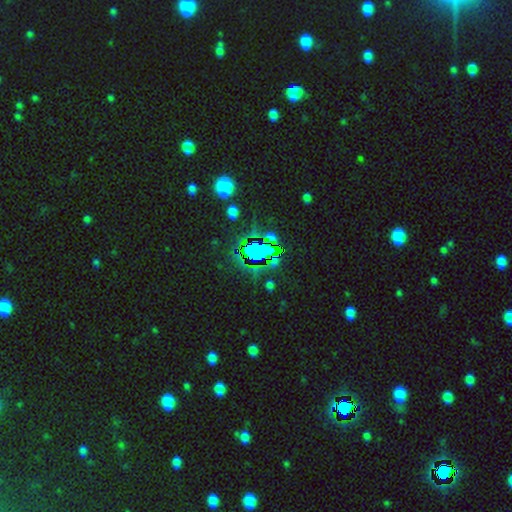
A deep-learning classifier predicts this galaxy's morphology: A star or artifact, not a galaxy (67%).

Vote fractions:
- Smooth or featured? star or artifact: 67% / smooth: 21% / featured or disk: 12%